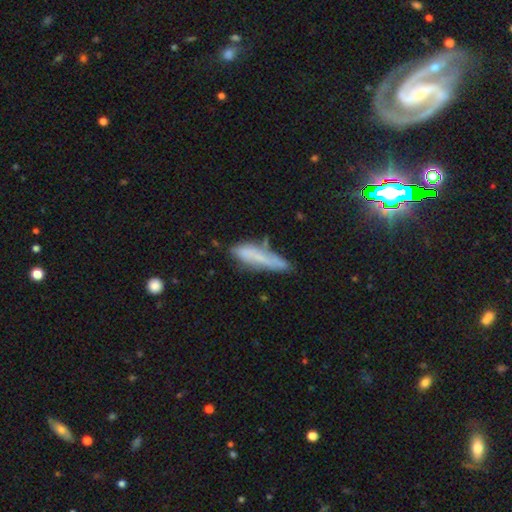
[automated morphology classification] Smooth or featured? smooth (54%)
How rounded? cigar-shaped (75%)
Merging? none (49%)